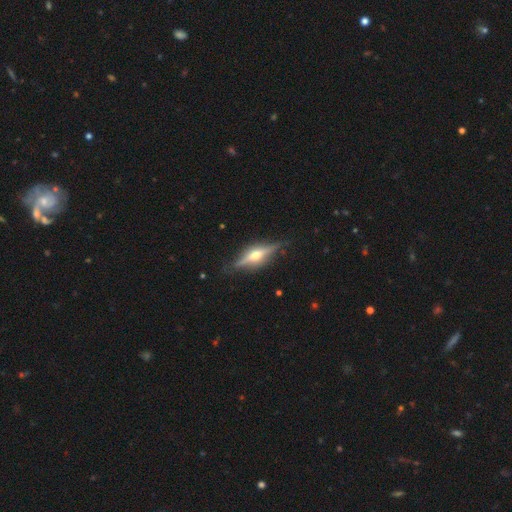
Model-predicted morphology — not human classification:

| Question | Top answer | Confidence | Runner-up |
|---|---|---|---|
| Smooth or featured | featured or disk | 77% | smooth (17%) |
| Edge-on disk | yes | 95% | no (5%) |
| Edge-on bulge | rounded | 93% | boxy (5%) |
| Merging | none | 85% | minor disturbance (11%) |